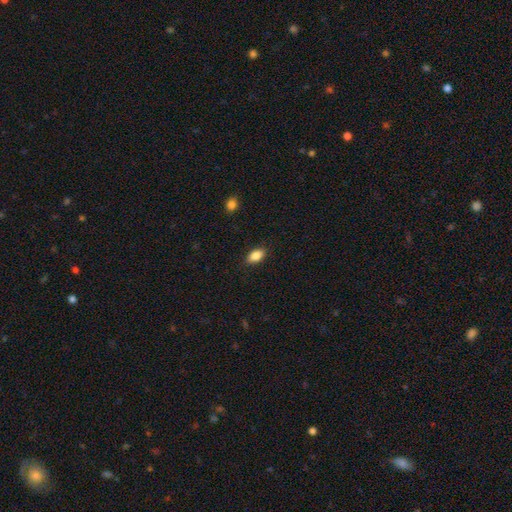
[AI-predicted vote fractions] smooth-or-featured: smooth: 87% | star or artifact: 8% | featured or disk: 6%
  how-rounded: in between: 91% | round: 6% | cigar-shaped: 4%
  merging: none: 88% | minor disturbance: 9% | major disturbance: 2% | merger: 1%